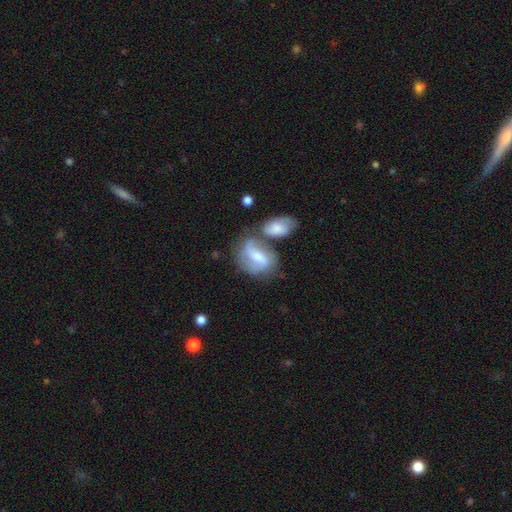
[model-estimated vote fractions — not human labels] Smooth or featured?
  - featured or disk: 62% *
  - smooth: 30%
  - star or artifact: 8%
Edge-on disk?
  - no: 93% *
  - yes: 7%
Bar?
  - weak: 45% *
  - strong: 32%
  - no: 23%
Spiral arms?
  - yes: 78% *
  - no: 22%
Bulge size?
  - moderate: 60% *
  - small: 30%
  - large: 5%
  - none: 3%
  - dominant: 1%
Merging?
  - none: 44% *
  - merger: 34%
  - minor disturbance: 16%
  - major disturbance: 7%